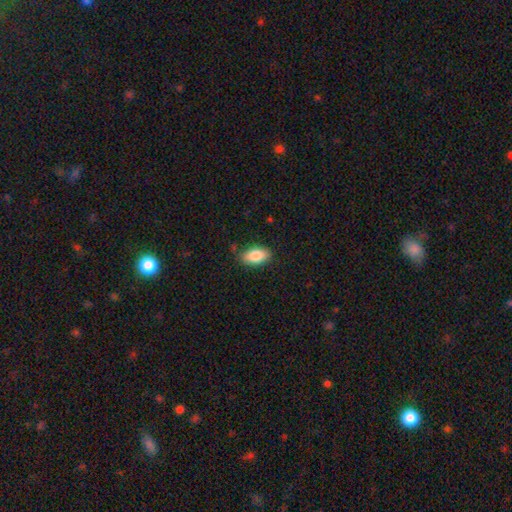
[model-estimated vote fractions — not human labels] This is clearly a smooth galaxy (85%). How rounded: clearly in between (92%). Merging: clearly none (84%).